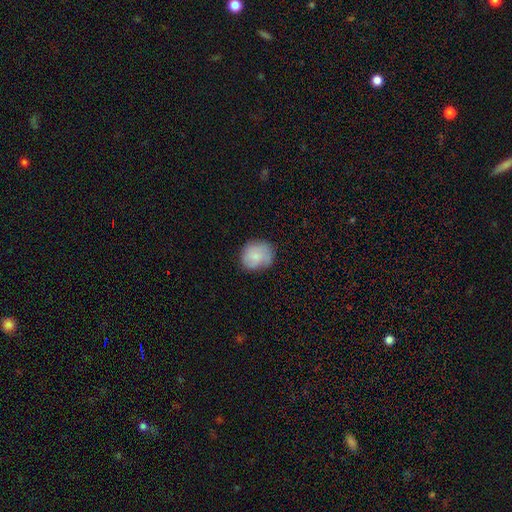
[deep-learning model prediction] Morphology: type=smooth (73%); roundness=round (68%); merging=none (68%).